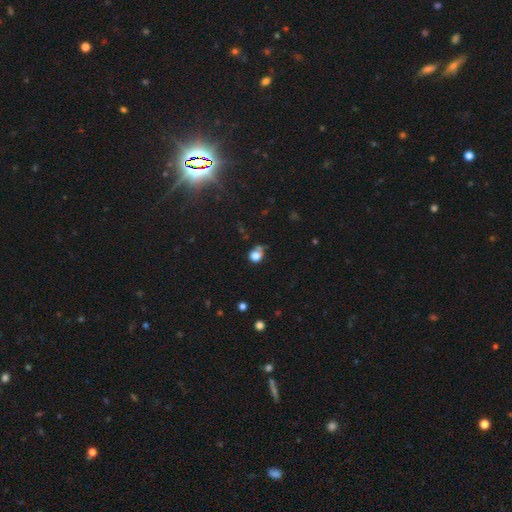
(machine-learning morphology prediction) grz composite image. It shows a smooth galaxy with no disk features (78%) that is round (73%). Merging: none (52%).